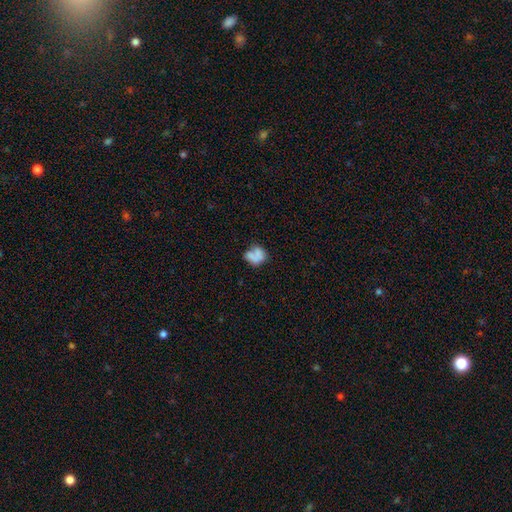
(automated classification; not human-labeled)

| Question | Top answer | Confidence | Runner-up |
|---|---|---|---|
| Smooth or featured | smooth | 64% | featured or disk (25%) |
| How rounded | round | 51% | in between (47%) |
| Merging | none | 42% | merger (22%) |